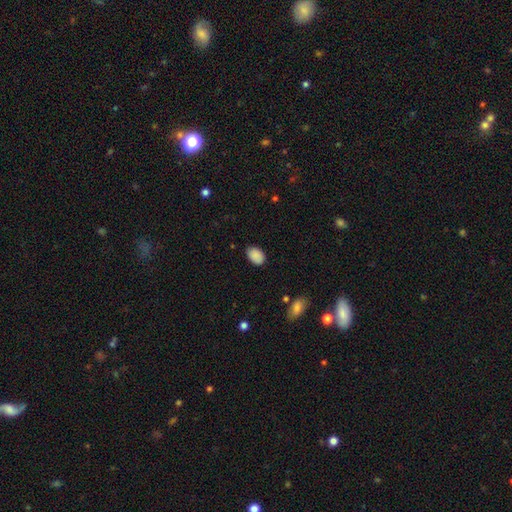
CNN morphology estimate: A smooth galaxy with no disk features (89%) that is in between round and cigar-shaped (88%). Merging: none (82%).